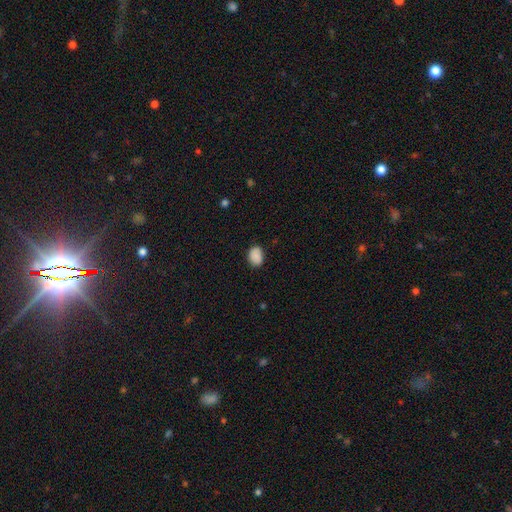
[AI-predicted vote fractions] smooth 88%, star or artifact 8%, featured or disk 4%. Down the decision tree: how rounded — in between (71%); merging — none (79%).